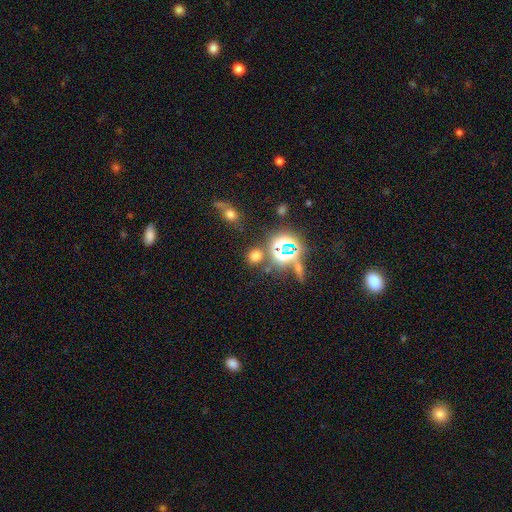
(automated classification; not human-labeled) smooth 57%, star or artifact 36%, featured or disk 6%. Down the decision tree: how rounded — round (79%); merging — none (80%).